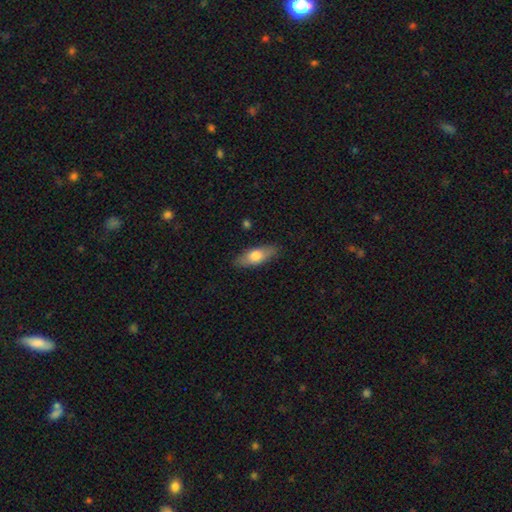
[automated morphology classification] smooth_or_featured: smooth (p=0.69) [alt: featured or disk p=0.25]
how_rounded: in between (p=0.71) [alt: cigar-shaped p=0.25]
merging: none (p=0.85) [alt: minor disturbance p=0.11]